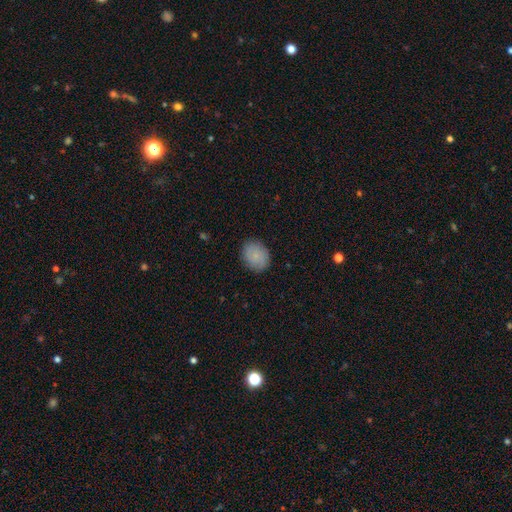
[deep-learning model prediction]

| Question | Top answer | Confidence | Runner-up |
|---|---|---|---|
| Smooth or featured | smooth | 77% | featured or disk (16%) |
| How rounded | round | 56% | in between (43%) |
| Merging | none | 84% | minor disturbance (12%) |